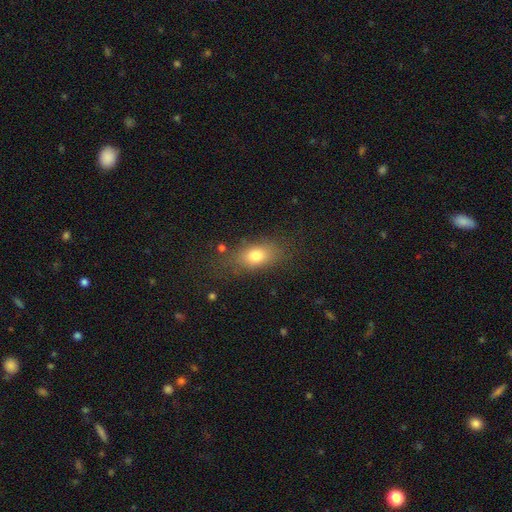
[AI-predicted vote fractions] Smooth or featured? Predicted: smooth (p=0.77). How rounded? Predicted: in between (p=0.79). Merging? Predicted: none (p=0.72).